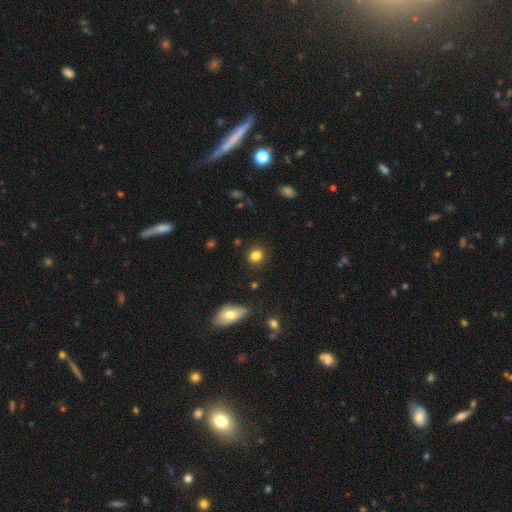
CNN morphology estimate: A smooth galaxy with no disk features (83%) that is round (79%). Merging: none (88%).